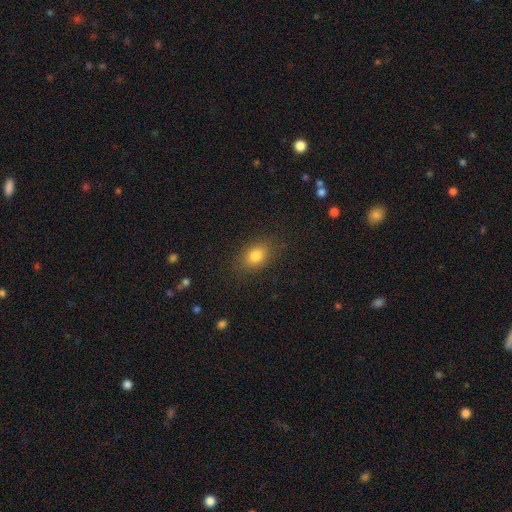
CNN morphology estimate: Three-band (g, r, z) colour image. It shows a smooth galaxy with no disk features (81%) that is in between round and cigar-shaped (72%). Merging: none (83%).